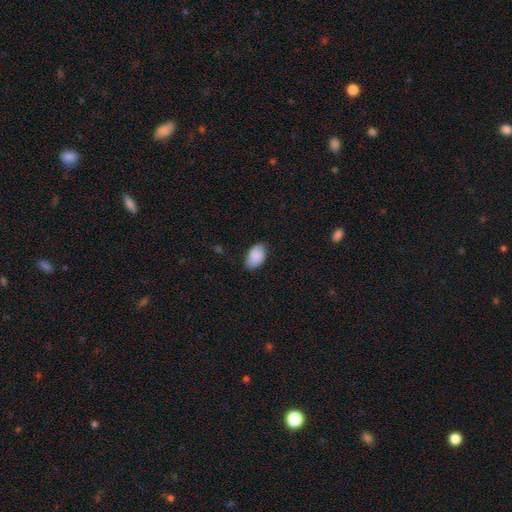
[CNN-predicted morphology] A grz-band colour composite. It shows a smooth galaxy with no disk features (88%) that is in between round and cigar-shaped (92%). Merging: none (76%).